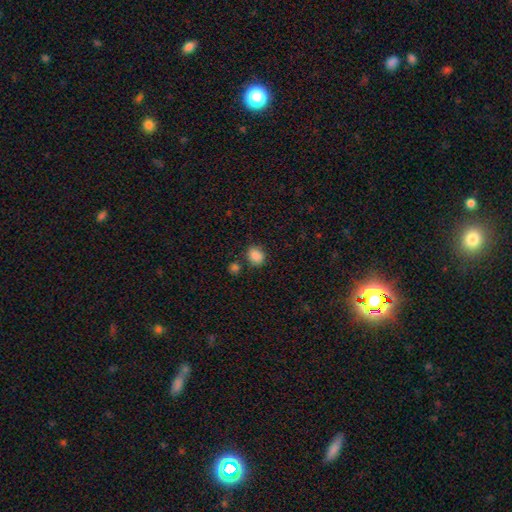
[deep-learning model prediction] Smooth or featured?
  - smooth: 86% *
  - star or artifact: 10%
  - featured or disk: 4%
How rounded?
  - round: 53% *
  - in between: 46%
  - cigar-shaped: 1%
Merging?
  - none: 74% *
  - minor disturbance: 14%
  - merger: 8%
  - major disturbance: 4%